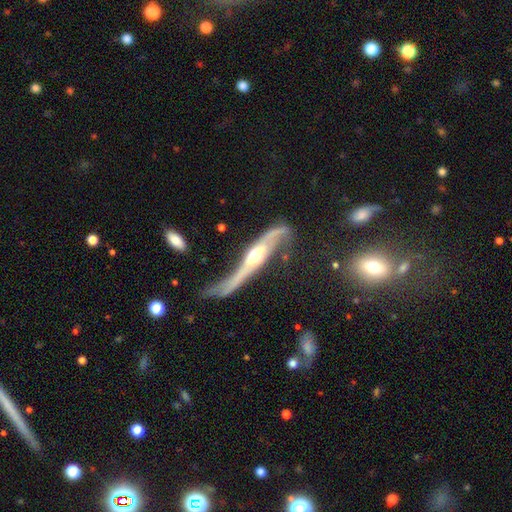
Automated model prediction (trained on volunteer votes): Smooth or featured? Predicted: featured or disk (p=0.79). Edge-on disk? Predicted: yes (p=0.58). Merging? Predicted: major disturbance (p=0.35).